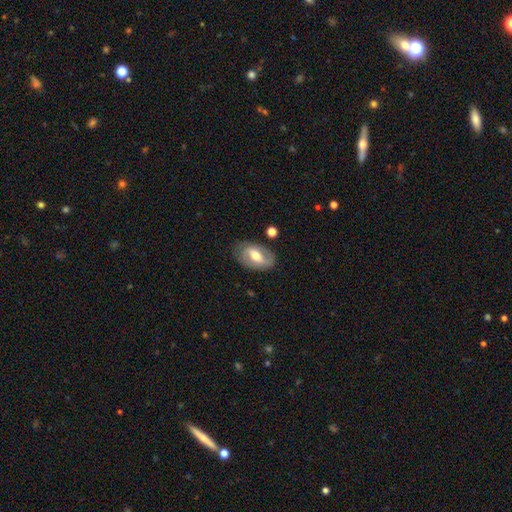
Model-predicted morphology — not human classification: Overall: featured or disk (62%; smooth 32%). Edge-on disk: no (92%). Bar: weak (41%; strong 40%). Spiral arms: yes (67%; no 33%). Bulge size: moderate (72%). Merging: none (76%).